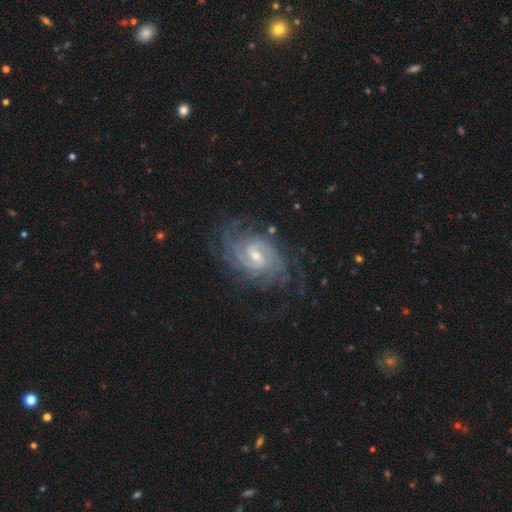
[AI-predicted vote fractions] The model was most divided on "bulge size": small: 53%, moderate: 43%, large: 2%, none: 2%, dominant: 1%. Remaining: spiral arms — yes (98%); edge-on disk — no (97%); smooth or featured — featured or disk (91%); merging — none (72%); spiral winding — tight (63%); bar — weak (57%); spiral arm count — 2 (35%).